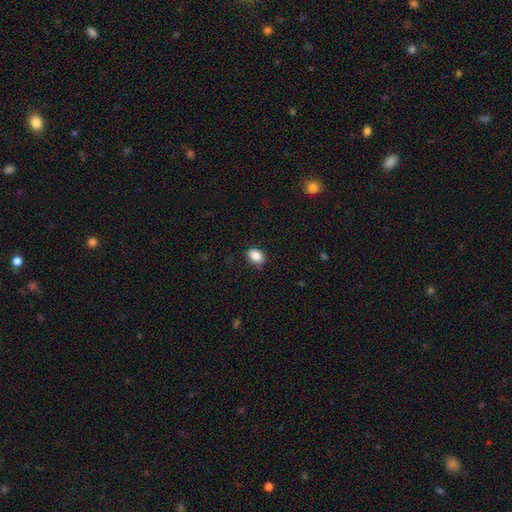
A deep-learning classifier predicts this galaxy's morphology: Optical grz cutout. It shows a smooth galaxy with no disk features (87%) that is in between round and cigar-shaped (80%). Merging: none (80%).